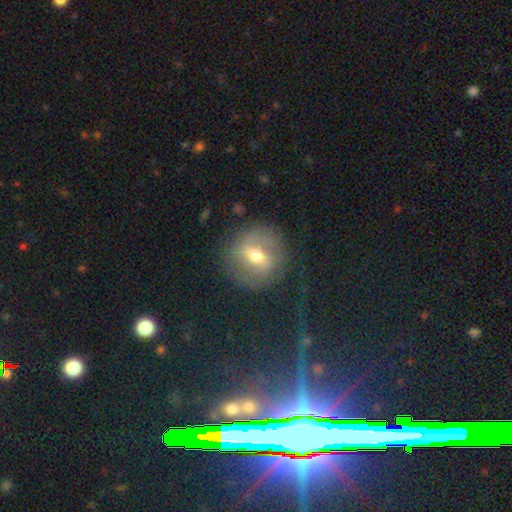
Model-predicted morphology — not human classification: smooth-or-featured: featured or disk: 51% | smooth: 31% | star or artifact: 18%
  disk-edge-on: no: 84% | yes: 16%
  merging: none: 81% | minor disturbance: 11% | major disturbance: 6% | merger: 2%